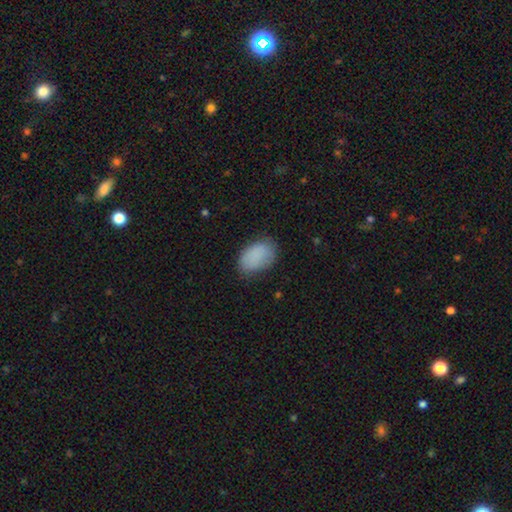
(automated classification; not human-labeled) Q: Smooth or featured?
A: smooth (87%); runner-up: star or artifact (7%)
Q: How rounded?
A: in between (90%); runner-up: round (9%)
Q: Merging?
A: none (73%); runner-up: minor disturbance (21%)